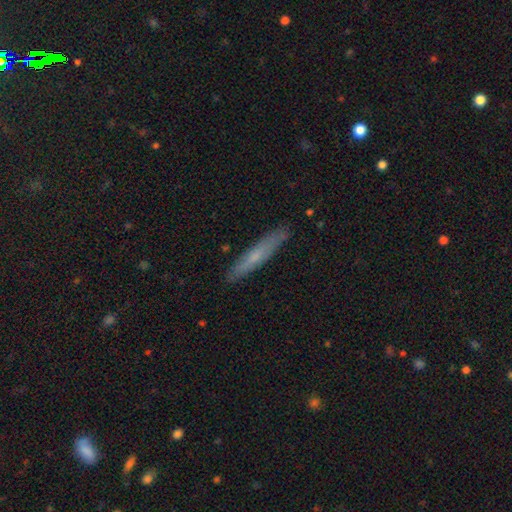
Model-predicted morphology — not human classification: Smooth or featured?
  - smooth: 54% *
  - featured or disk: 39%
  - star or artifact: 6%
How rounded?
  - cigar-shaped: 93% *
  - in between: 5%
  - round: 1%
Merging?
  - none: 88% *
  - minor disturbance: 9%
  - major disturbance: 2%
  - merger: 1%